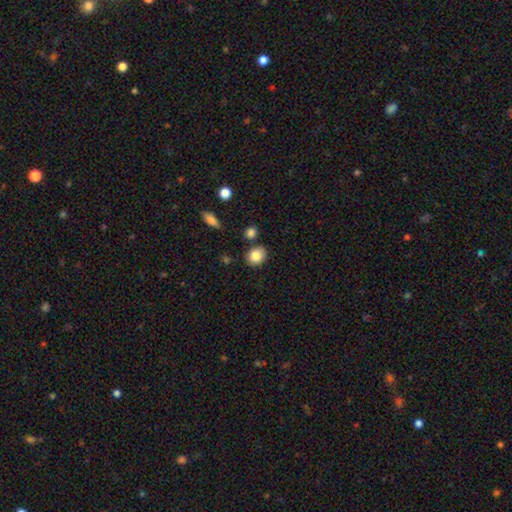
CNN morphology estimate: Smooth or featured: smooth — 84% (star or artifact — 9%)
How rounded: round — 61% (in between — 38%)
Merging: none — 80% (minor disturbance — 11%)